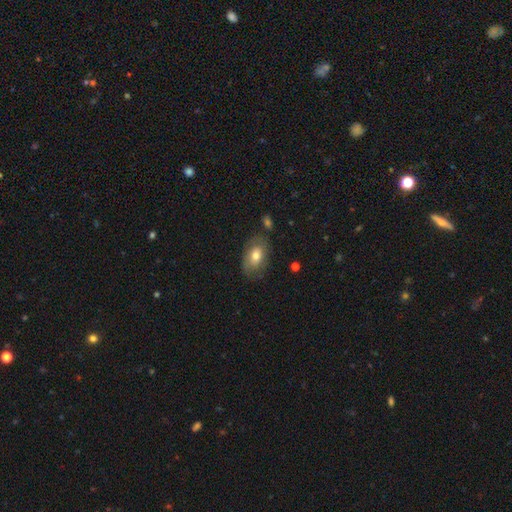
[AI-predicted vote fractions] smooth-or-featured: smooth: 66% | featured or disk: 27% | star or artifact: 8%
  how-rounded: in between: 87% | round: 11% | cigar-shaped: 2%
  merging: none: 72% | minor disturbance: 19% | major disturbance: 6% | merger: 3%